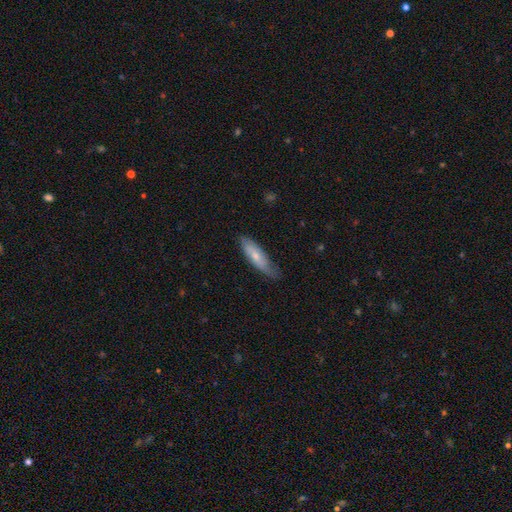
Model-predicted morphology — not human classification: A smooth galaxy with no disk features (59%) that is cigar-shaped (53%). Merging: none (68%).